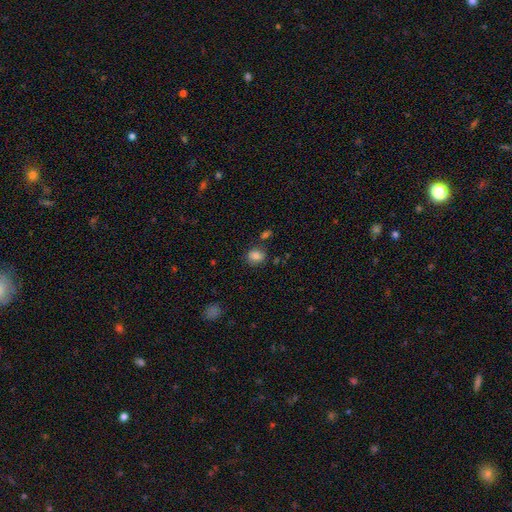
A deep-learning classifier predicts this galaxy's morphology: A smooth galaxy with no disk features (82%) that is round (53%). Merging: none (78%).